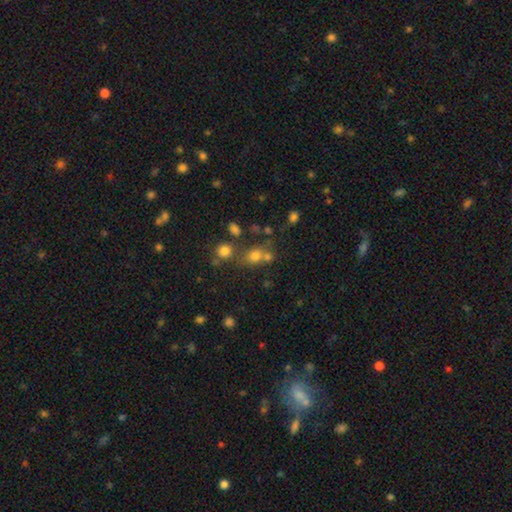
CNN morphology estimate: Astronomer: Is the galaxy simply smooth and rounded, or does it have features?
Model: smooth — 66%.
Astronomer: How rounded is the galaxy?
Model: round — 70%.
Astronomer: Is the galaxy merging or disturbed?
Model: none — 55%.